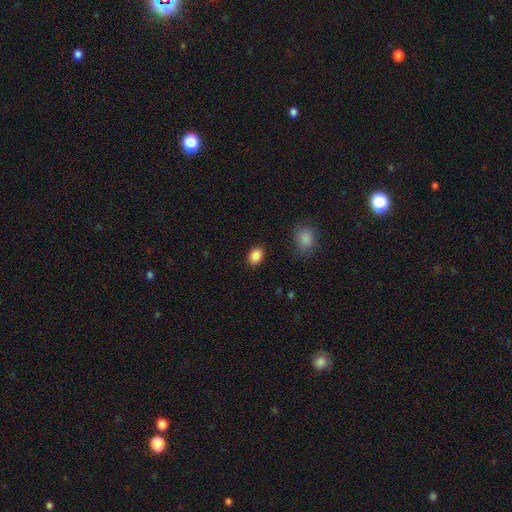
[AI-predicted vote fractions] Smooth or featured? Predicted: smooth (p=0.87). How rounded? Predicted: in between (p=0.65). Merging? Predicted: none (p=0.87).